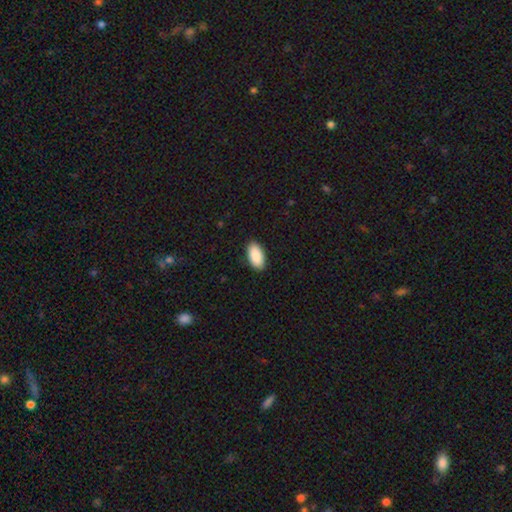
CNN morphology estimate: Smooth or featured? smooth (90%)
How rounded? in between (95%)
Merging? none (90%)